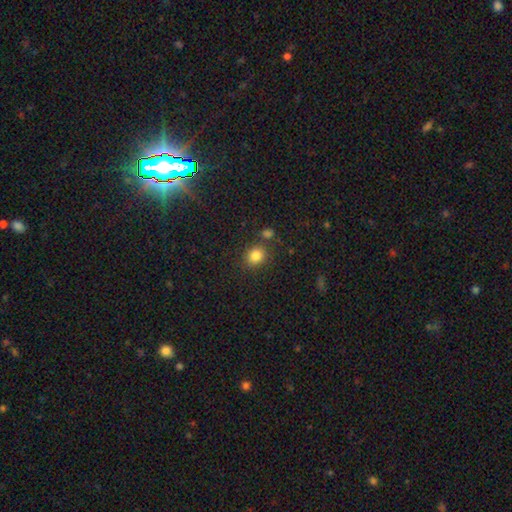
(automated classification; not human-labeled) smooth_or_featured: smooth (p=0.83) [alt: star or artifact p=0.12]
how_rounded: round (p=0.68) [alt: in between p=0.31]
merging: none (p=0.76) [alt: minor disturbance p=0.11]